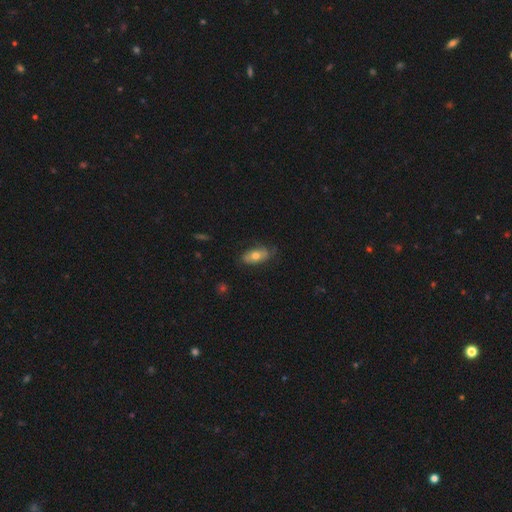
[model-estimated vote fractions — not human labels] smooth-or-featured: smooth: 61% | featured or disk: 31% | star or artifact: 7%
  how-rounded: in between: 88% | cigar-shaped: 7% | round: 5%
  merging: none: 68% | minor disturbance: 24% | major disturbance: 7% | merger: 1%